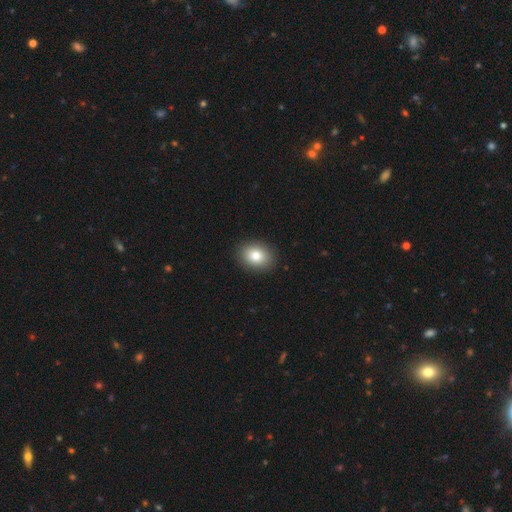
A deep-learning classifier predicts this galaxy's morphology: This is clearly a smooth galaxy (81%). How rounded: possibly in between (55%). Merging: clearly none (90%).